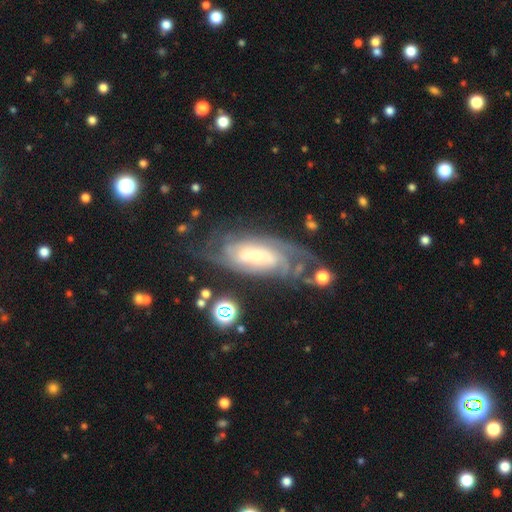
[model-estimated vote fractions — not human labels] Smooth or featured? Predicted: featured or disk (p=0.82). Edge-on disk? Predicted: no (p=0.91). Bar? Predicted: no (p=0.58). Spiral arms? Predicted: yes (p=0.94). Spiral winding? Predicted: tight (p=0.63). Spiral arm count? Predicted: can't tell (p=0.46). Bulge size? Predicted: small (p=0.53). Merging? Predicted: none (p=0.60).